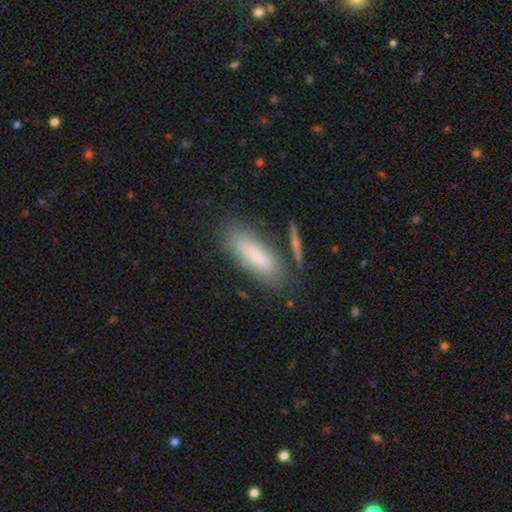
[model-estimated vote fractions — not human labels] Smooth or featured?
  - smooth: 79% *
  - featured or disk: 13%
  - star or artifact: 8%
How rounded?
  - in between: 50% *
  - cigar-shaped: 48%
  - round: 2%
Merging?
  - none: 73% *
  - minor disturbance: 15%
  - merger: 7%
  - major disturbance: 5%